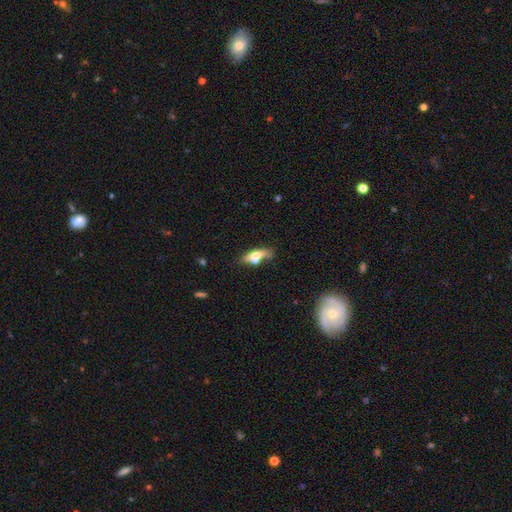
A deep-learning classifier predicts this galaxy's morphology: A smooth galaxy with no disk features (54%) that is cigar-shaped (53%).

Vote fractions:
- Smooth or featured? smooth: 54% / featured or disk: 39% / star or artifact: 7%
- How rounded? cigar-shaped: 53% / in between: 43% / round: 4%
- Merging? none: 52% / merger: 24% / minor disturbance: 17% / major disturbance: 7%